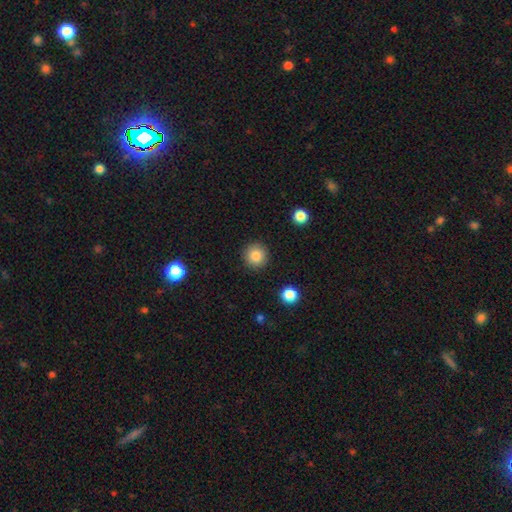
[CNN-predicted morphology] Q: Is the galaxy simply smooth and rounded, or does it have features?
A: smooth — 84%.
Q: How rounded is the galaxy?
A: round — 95%.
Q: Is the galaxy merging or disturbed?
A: none — 91%.